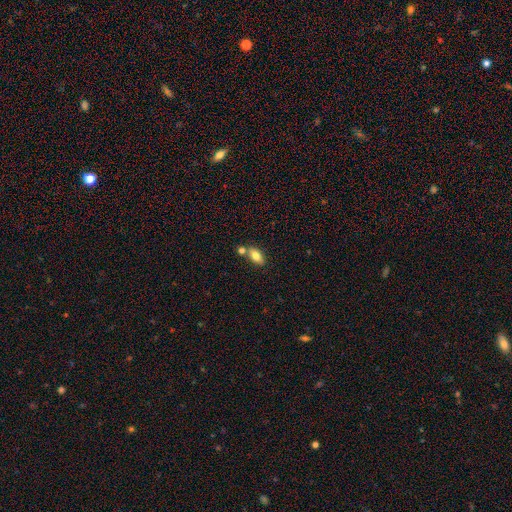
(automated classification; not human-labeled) smooth 76%, featured or disk 17%, star or artifact 8%. Down the decision tree: how rounded — in between (88%); merging — none (59%).